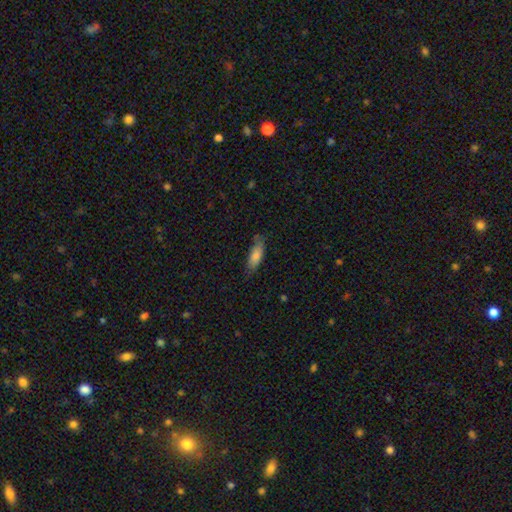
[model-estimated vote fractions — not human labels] smooth 77%, featured or disk 16%, star or artifact 7%. Down the decision tree: how rounded — in between (57%); merging — none (72%).